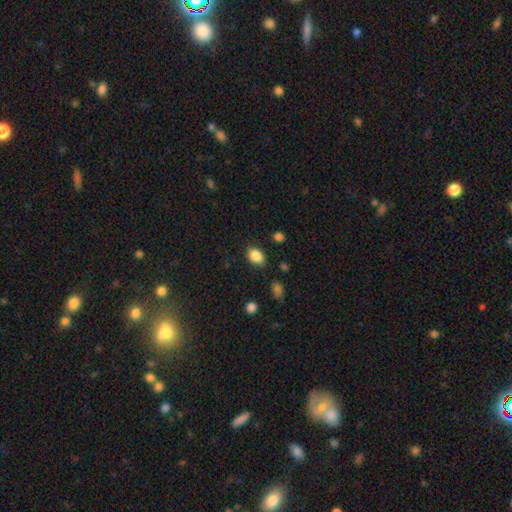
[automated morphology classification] Overall: smooth (86%). How rounded: in between (73%). Merging: none (79%).